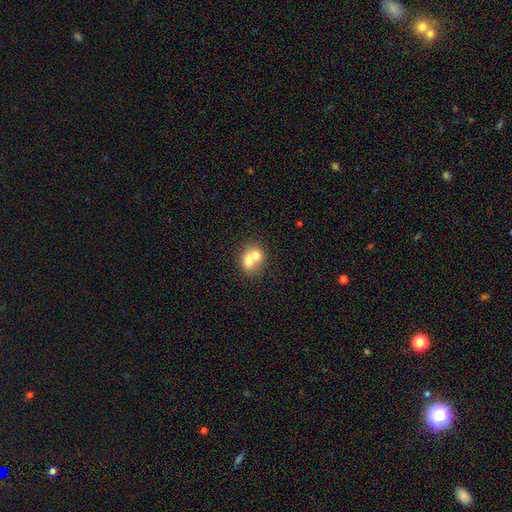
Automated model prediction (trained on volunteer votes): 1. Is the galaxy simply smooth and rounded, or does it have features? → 66% smooth, 25% featured or disk, 9% star or artifact.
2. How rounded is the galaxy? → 64% round, 35% in between, 1% cigar-shaped.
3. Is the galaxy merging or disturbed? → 70% merger, 22% none, 5% minor disturbance, 2% major disturbance.